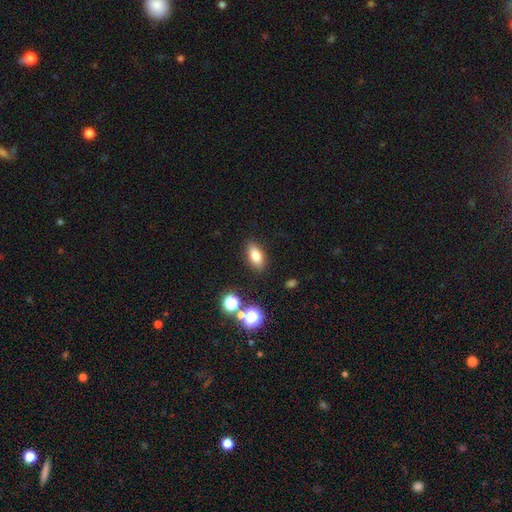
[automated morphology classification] Smooth or featured? Predicted: smooth (p=0.78). How rounded? Predicted: in between (p=0.82). Merging? Predicted: none (p=0.85).